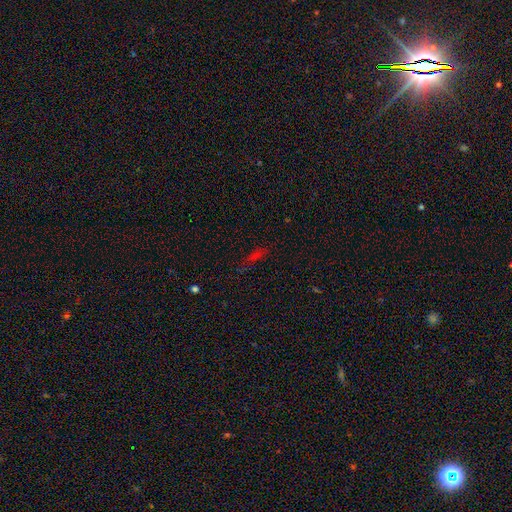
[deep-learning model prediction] This appears to be a smooth galaxy with no disk features (47%). Merging: none (68%).